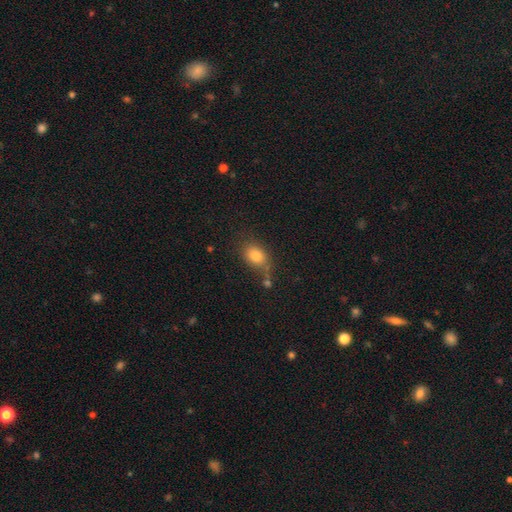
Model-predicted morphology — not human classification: type=smooth (80%); roundness=in between (63%); merging=none (59%).